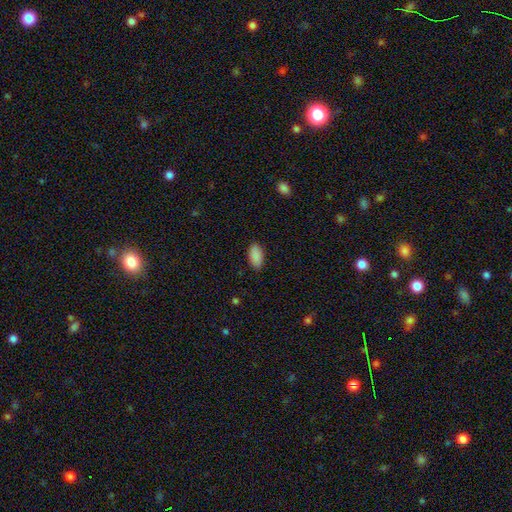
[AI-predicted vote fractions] smooth_or_featured: smooth (p=0.90) [alt: star or artifact p=0.07]
how_rounded: in between (p=0.93) [alt: cigar-shaped p=0.04]
merging: none (p=0.87) [alt: minor disturbance p=0.09]